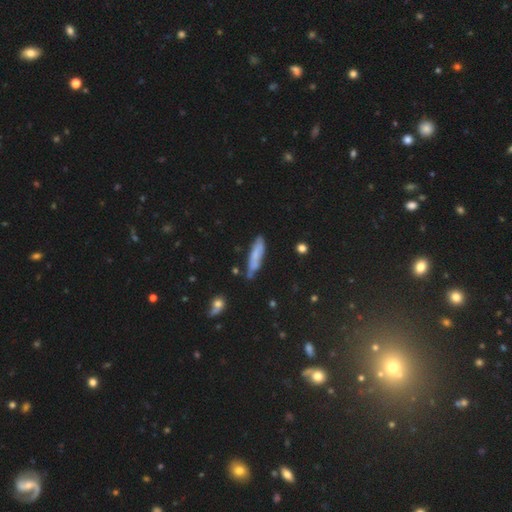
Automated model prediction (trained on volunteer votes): Morphology: type=smooth (62%); roundness=cigar-shaped (77%); merging=none (67%).